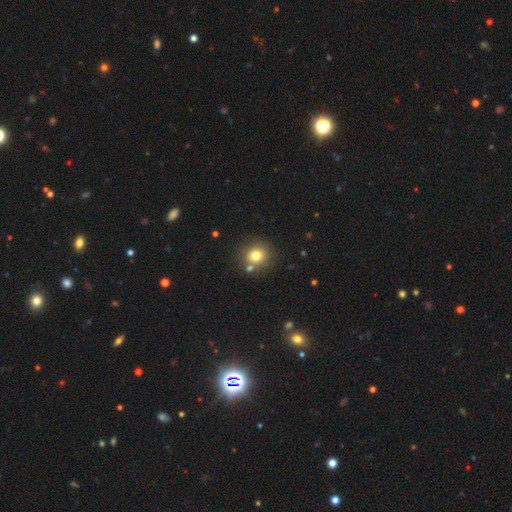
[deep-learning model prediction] This appears to be a smooth galaxy with no disk features (76%) that is round (88%). Merging: none (76%).